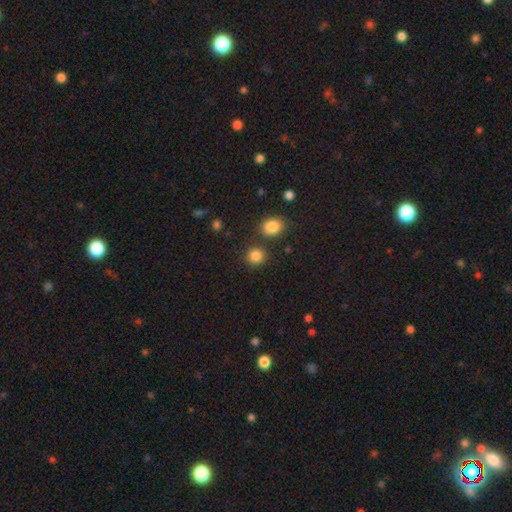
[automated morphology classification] smooth_or_featured: smooth (p=0.85) [alt: star or artifact p=0.11]
how_rounded: round (p=0.84) [alt: in between p=0.15]
merging: none (p=0.79) [alt: merger p=0.09]